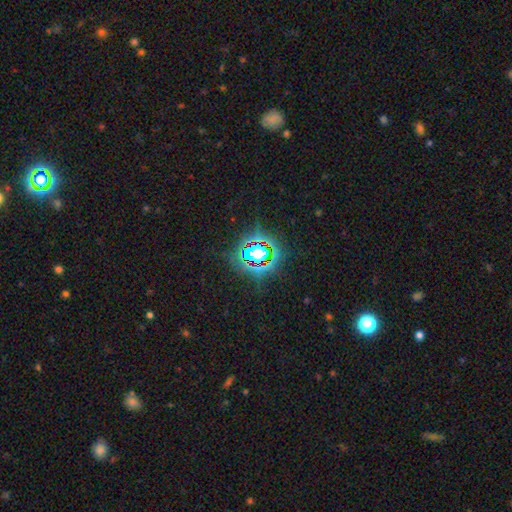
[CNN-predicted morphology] Smooth or featured? star or artifact (70%)